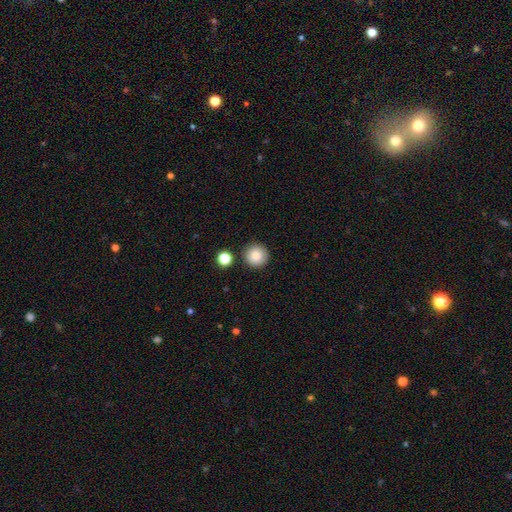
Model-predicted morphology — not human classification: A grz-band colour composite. It shows a smooth galaxy with no disk features (85%) that is round (96%). Merging: none (88%).